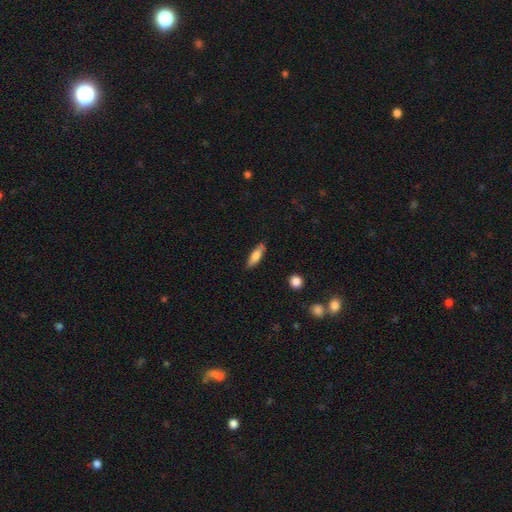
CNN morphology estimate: Smooth or featured? smooth (75%)
How rounded? in between (53%)
Merging? none (79%)